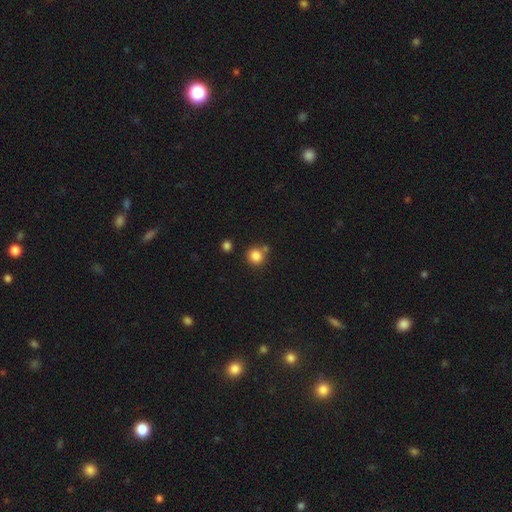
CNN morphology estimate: The model was most divided on "merging": none: 72%, merger: 15%, minor disturbance: 10%, major disturbance: 3%. More confident: how rounded — round (92%); smooth or featured — smooth (84%).